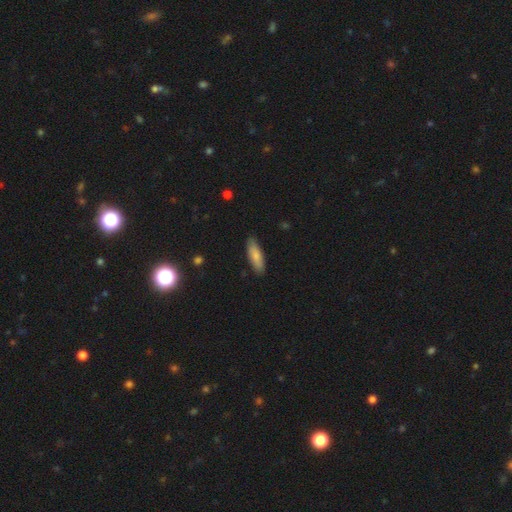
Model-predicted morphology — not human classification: smooth-or-featured: smooth: 79% | featured or disk: 15% | star or artifact: 5%
  how-rounded: in between: 51% | cigar-shaped: 47% | round: 2%
  merging: none: 86% | minor disturbance: 11% | major disturbance: 2% | merger: 1%